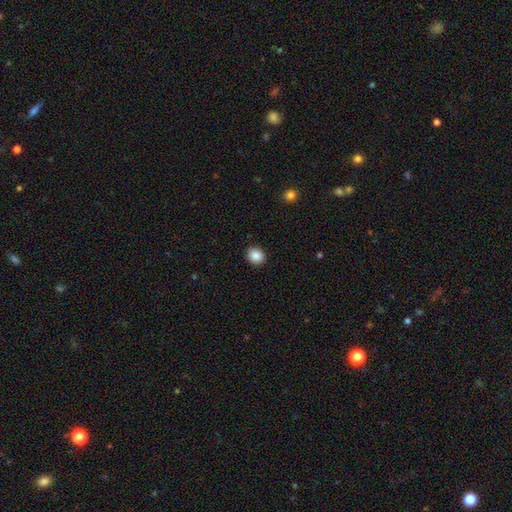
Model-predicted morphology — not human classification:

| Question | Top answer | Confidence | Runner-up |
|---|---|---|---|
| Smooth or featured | smooth | 87% | star or artifact (9%) |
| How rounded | round | 77% | in between (22%) |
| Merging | none | 92% | minor disturbance (5%) |